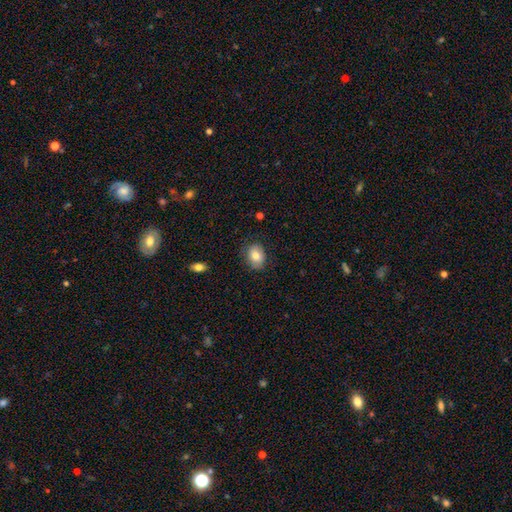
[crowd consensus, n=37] A smooth galaxy with no disk features (89%) that is in between round and cigar-shaped (58%).

Vote fractions:
- Smooth or featured? smooth: 89% / featured or disk: 8% / star or artifact: 3%
- How rounded? in between: 58% / round: 42% / cigar-shaped: 0%
- Merging? none: 81% / minor disturbance: 17% / merger: 3% / major disturbance: 0%